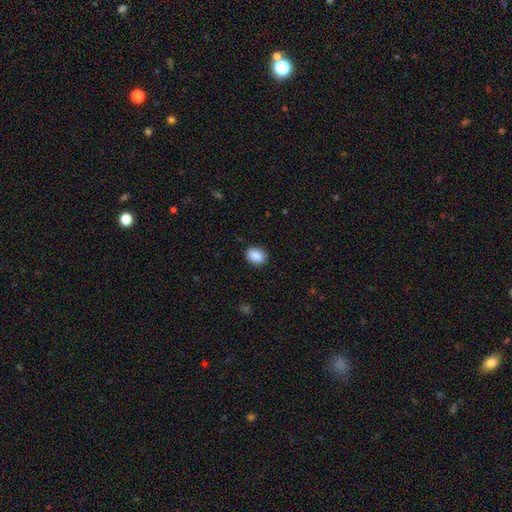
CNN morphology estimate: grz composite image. It shows a smooth galaxy with no disk features (89%) that is in between round and cigar-shaped (68%). Merging: none (89%).